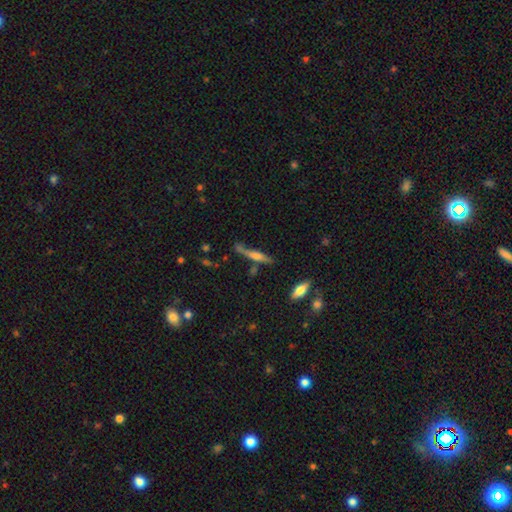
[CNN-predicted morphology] A featured or disk galaxy (49%). Merging: none (62%).